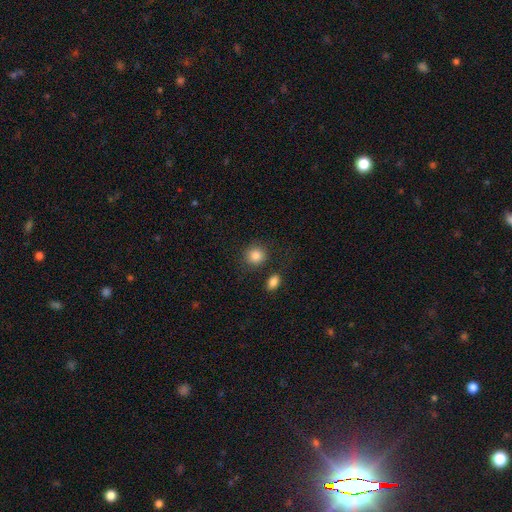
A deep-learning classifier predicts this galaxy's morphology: The model was most divided on "merging": none: 79%, minor disturbance: 10%, merger: 7%, major disturbance: 4%. More confident: smooth or featured — smooth (86%); how rounded — round (85%).